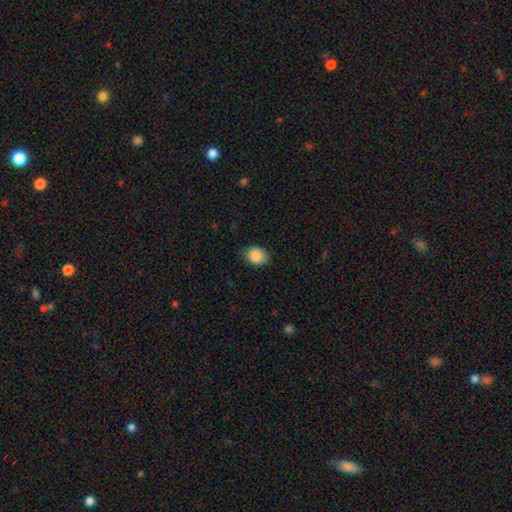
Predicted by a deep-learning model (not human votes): Smooth or featured? smooth (87%)
How rounded? round (51%)
Merging? none (76%)